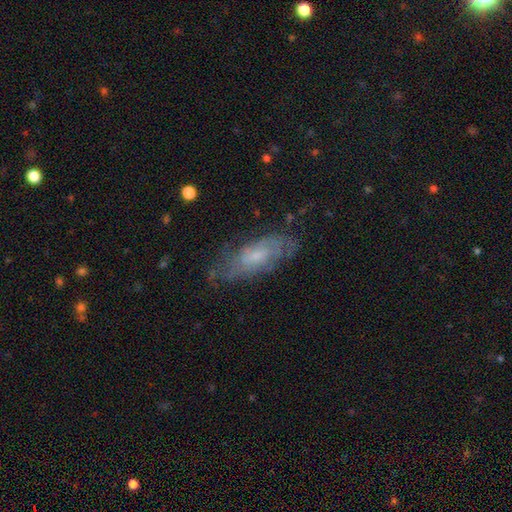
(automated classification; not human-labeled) This is likely a featured or disk galaxy (64%). It is clearly not viewed edge-on (86%). Bar: likely no (62%). Spiral arm pattern: clearly yes (82%). Central bulge: possibly small (54%). Merging: likely none (67%).